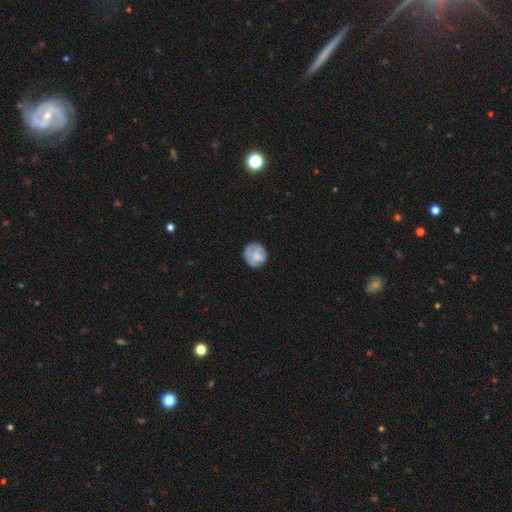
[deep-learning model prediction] Morphology: type=smooth (72%); roundness=round (83%); merging=none (69%).